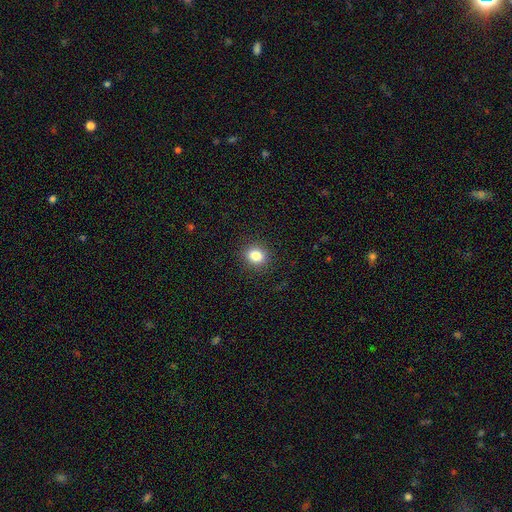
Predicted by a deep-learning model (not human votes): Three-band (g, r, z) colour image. It shows a smooth galaxy with no disk features (84%) that is round (59%). Merging: none (89%).